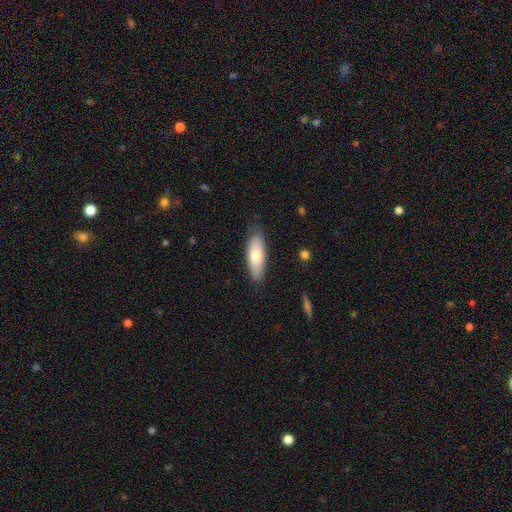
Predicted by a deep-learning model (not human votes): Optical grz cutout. It shows a smooth galaxy with no disk features (75%) that is in between round and cigar-shaped (62%). Merging: none (77%).